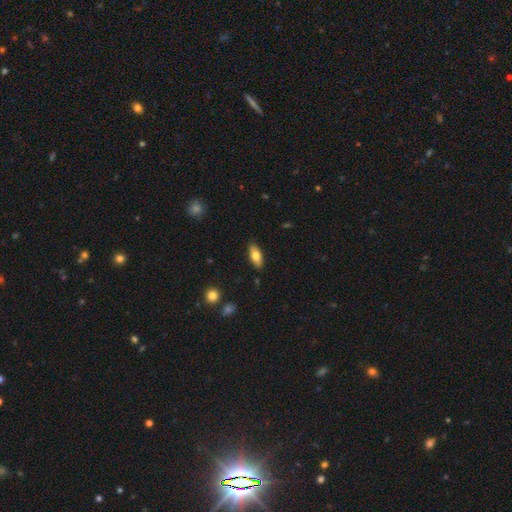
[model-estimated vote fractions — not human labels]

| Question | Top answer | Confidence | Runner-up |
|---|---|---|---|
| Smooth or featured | smooth | 75% | featured or disk (19%) |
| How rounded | in between | 84% | cigar-shaped (14%) |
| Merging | none | 87% | minor disturbance (10%) |